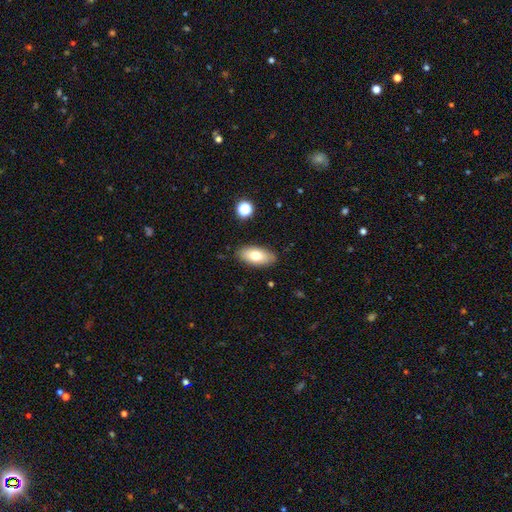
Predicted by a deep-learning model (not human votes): A smooth galaxy with no disk features (74%) that is in between round and cigar-shaped (90%). Merging: none (86%).